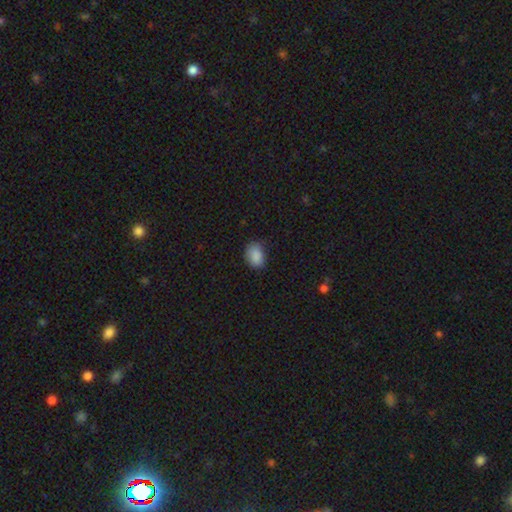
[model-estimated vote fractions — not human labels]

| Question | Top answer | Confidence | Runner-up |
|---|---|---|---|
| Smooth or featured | smooth | 87% | star or artifact (9%) |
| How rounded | in between | 77% | round (22%) |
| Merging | none | 72% | minor disturbance (22%) |